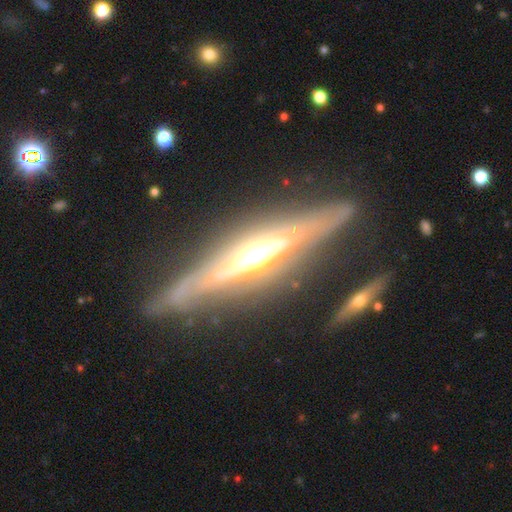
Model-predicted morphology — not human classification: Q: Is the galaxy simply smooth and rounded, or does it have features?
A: featured or disk — 86%.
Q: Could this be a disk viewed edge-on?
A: yes — 90%.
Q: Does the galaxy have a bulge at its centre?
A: rounded — 80%.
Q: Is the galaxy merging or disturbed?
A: none — 77%.